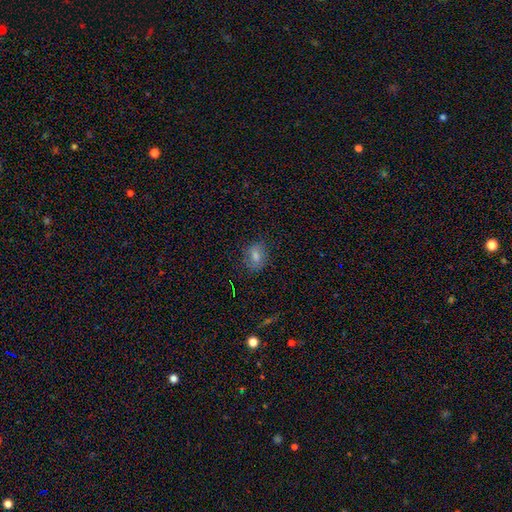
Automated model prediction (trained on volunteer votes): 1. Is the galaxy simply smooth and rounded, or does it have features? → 57% smooth, 24% featured or disk, 19% star or artifact.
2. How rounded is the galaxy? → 50% round, 48% in between, 2% cigar-shaped.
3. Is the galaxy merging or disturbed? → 78% none, 15% minor disturbance, 5% major disturbance, 1% merger.